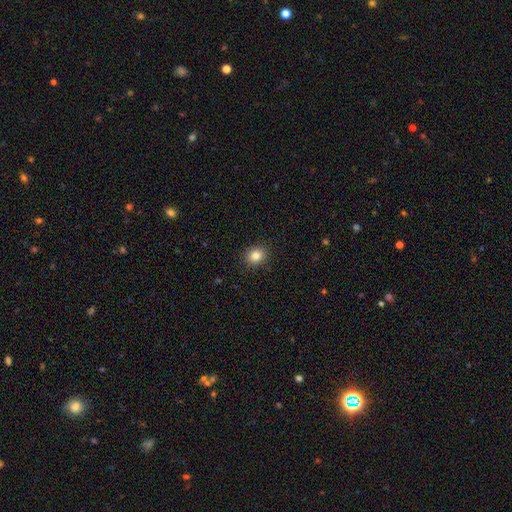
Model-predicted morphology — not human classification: The model was most divided on "how rounded": round: 62%, in between: 38%, cigar-shaped: 1%. More confident: merging — none (90%); smooth or featured — smooth (84%).